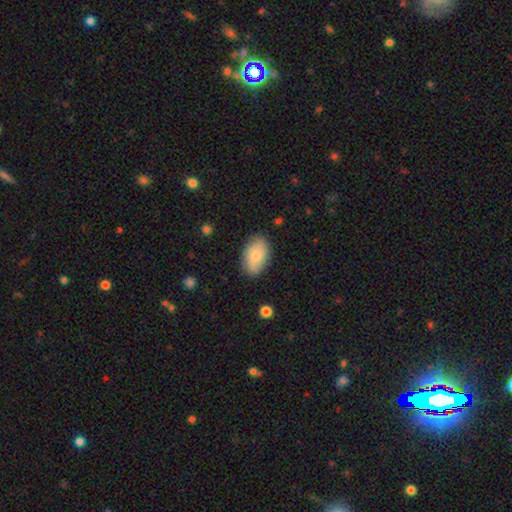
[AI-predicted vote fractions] smooth-or-featured: smooth: 71% | featured or disk: 23% | star or artifact: 7%
  how-rounded: in between: 90% | round: 8% | cigar-shaped: 1%
  merging: none: 81% | minor disturbance: 14% | major disturbance: 3% | merger: 1%